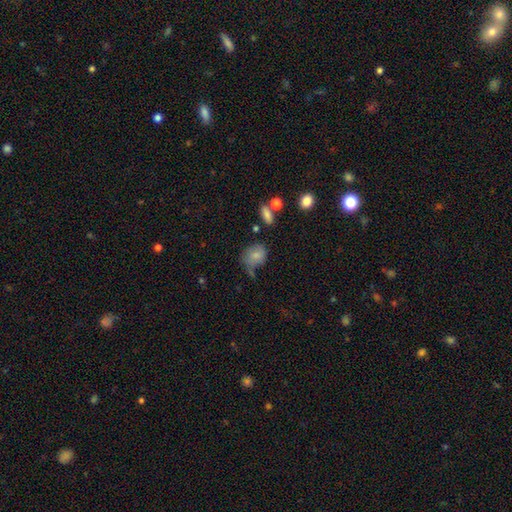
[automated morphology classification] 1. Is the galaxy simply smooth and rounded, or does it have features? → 79% smooth, 11% featured or disk, 10% star or artifact.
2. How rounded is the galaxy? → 54% in between, 45% round, 1% cigar-shaped.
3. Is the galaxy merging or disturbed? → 48% none, 31% minor disturbance, 14% major disturbance, 8% merger.